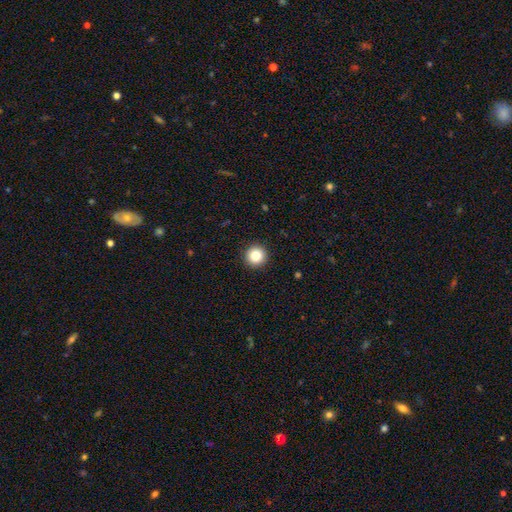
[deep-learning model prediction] Overall: smooth (85%). How rounded: round (96%). Merging: none (93%).